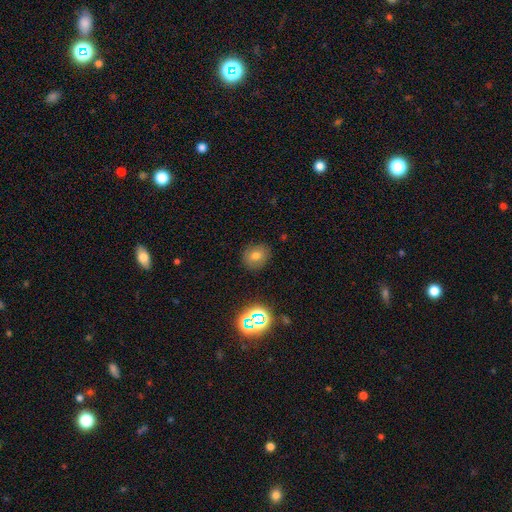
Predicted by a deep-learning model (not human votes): Q: Smooth or featured?
A: smooth (70%); runner-up: star or artifact (18%)
Q: How rounded?
A: round (73%); runner-up: in between (26%)
Q: Merging?
A: none (85%); runner-up: minor disturbance (10%)